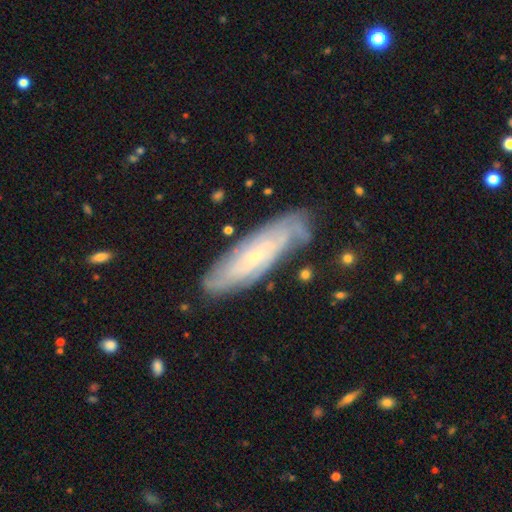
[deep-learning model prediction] This appears to be a featured or disk galaxy (69%) with no bar (65%), spiral arms (88%) and a small central bulge (77%). Merging: none (78%).